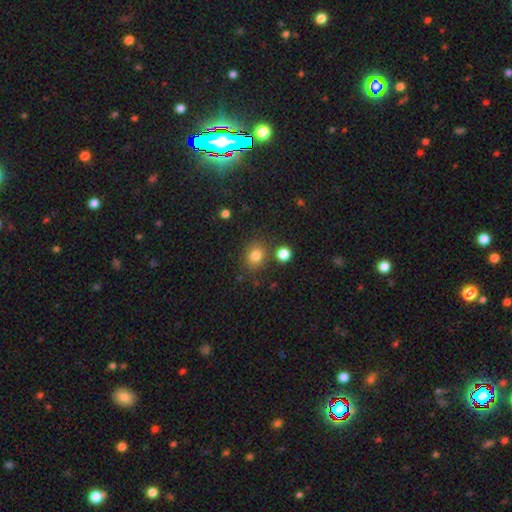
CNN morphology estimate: Q: Smooth or featured?
A: smooth (82%); runner-up: star or artifact (12%)
Q: How rounded?
A: round (65%); runner-up: in between (34%)
Q: Merging?
A: none (78%); runner-up: minor disturbance (11%)